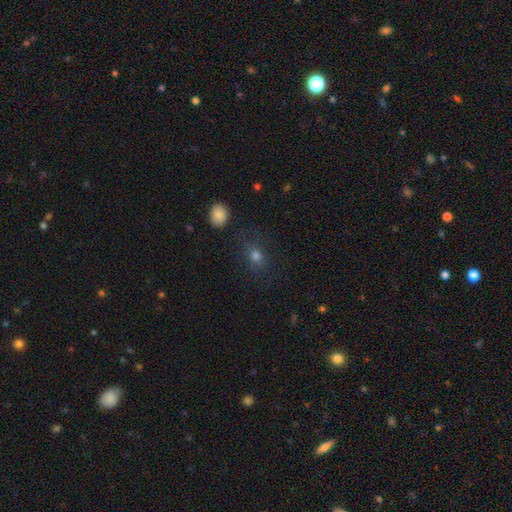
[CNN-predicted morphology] Smooth or featured? Predicted: smooth (p=0.70). How rounded? Predicted: round (p=0.55). Merging? Predicted: none (p=0.78).